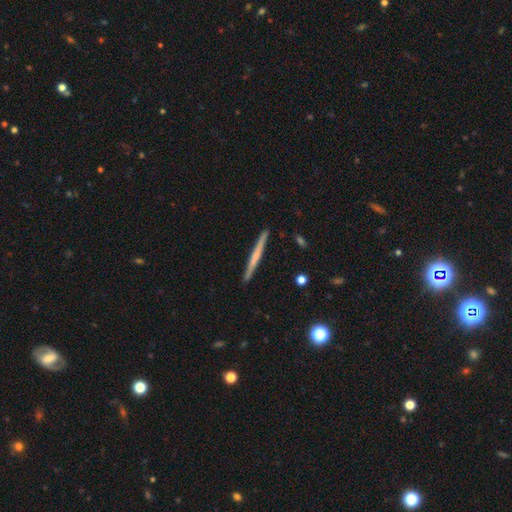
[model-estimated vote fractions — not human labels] Smooth or featured?
  - featured or disk: 59% *
  - smooth: 36%
  - star or artifact: 6%
Edge-on disk?
  - yes: 98% *
  - no: 2%
Edge-on bulge?
  - none: 50% *
  - rounded: 44%
  - boxy: 7%
Merging?
  - none: 92% *
  - minor disturbance: 6%
  - major disturbance: 1%
  - merger: 1%